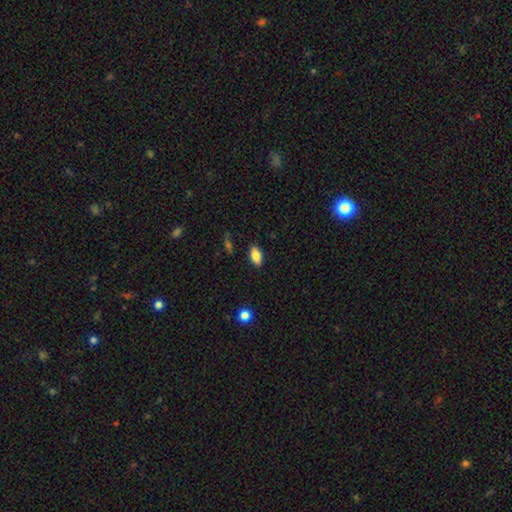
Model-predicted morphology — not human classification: A smooth galaxy with no disk features (83%) that is in between round and cigar-shaped (90%). Merging: none (87%).